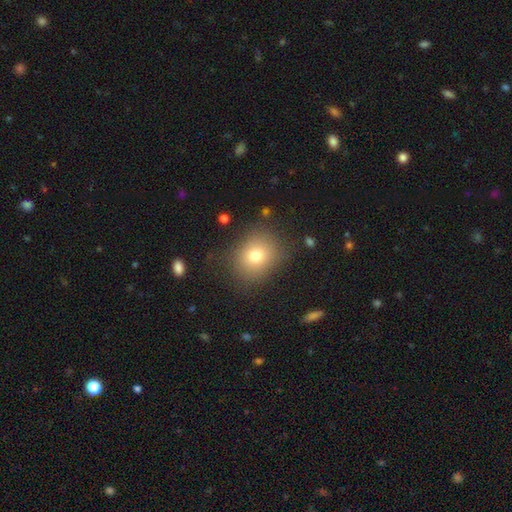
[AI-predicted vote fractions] Smooth or featured: smooth — 75% (star or artifact — 13%)
How rounded: round — 63% (in between — 36%)
Merging: none — 80% (minor disturbance — 13%)